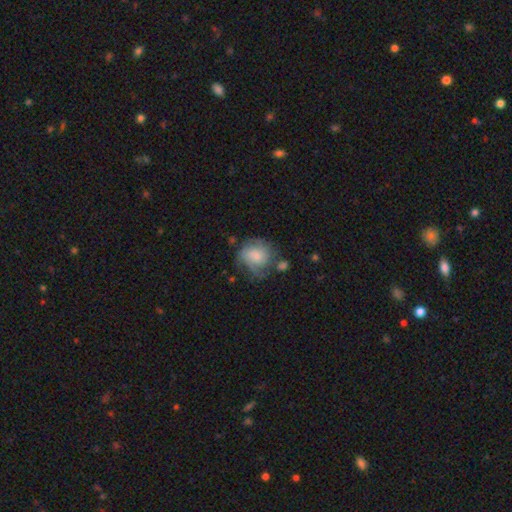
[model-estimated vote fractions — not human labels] Smooth or featured?
  - featured or disk: 51% *
  - smooth: 41%
  - star or artifact: 8%
Edge-on disk?
  - no: 98% *
  - yes: 2%
Merging?
  - none: 50% *
  - minor disturbance: 25%
  - major disturbance: 18%
  - merger: 6%